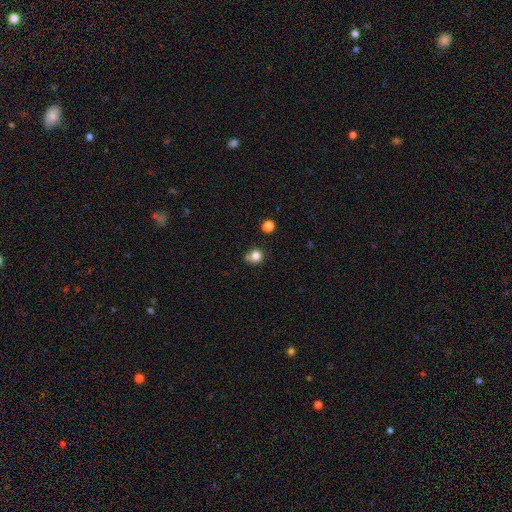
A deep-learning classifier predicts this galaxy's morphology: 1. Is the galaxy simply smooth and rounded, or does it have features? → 81% smooth, 12% star or artifact, 7% featured or disk.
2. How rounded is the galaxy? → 85% round, 15% in between, 1% cigar-shaped.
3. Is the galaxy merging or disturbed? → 64% none, 18% minor disturbance, 14% merger, 5% major disturbance.